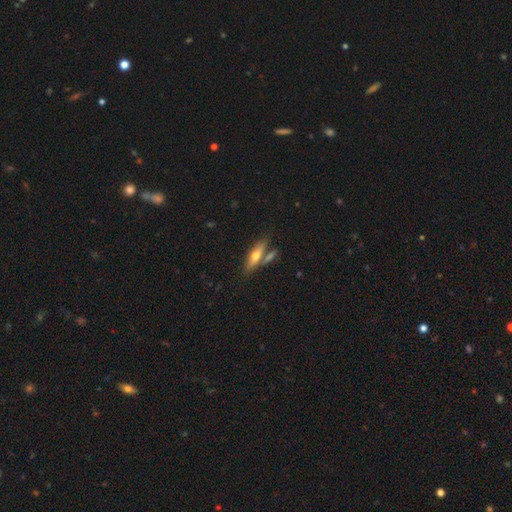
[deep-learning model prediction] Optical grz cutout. It shows a smooth galaxy with no disk features (51%) that is cigar-shaped (61%). Merging: none (63%).